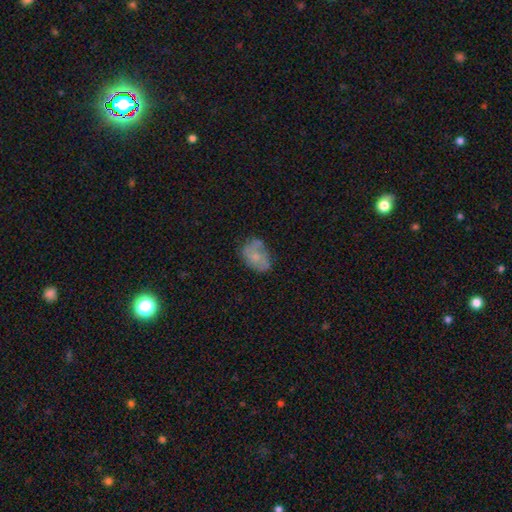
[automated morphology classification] Smooth or featured?
  - smooth: 53% *
  - featured or disk: 38%
  - star or artifact: 9%
How rounded?
  - in between: 80% *
  - round: 18%
  - cigar-shaped: 1%
Merging?
  - none: 57% *
  - minor disturbance: 27%
  - major disturbance: 12%
  - merger: 4%